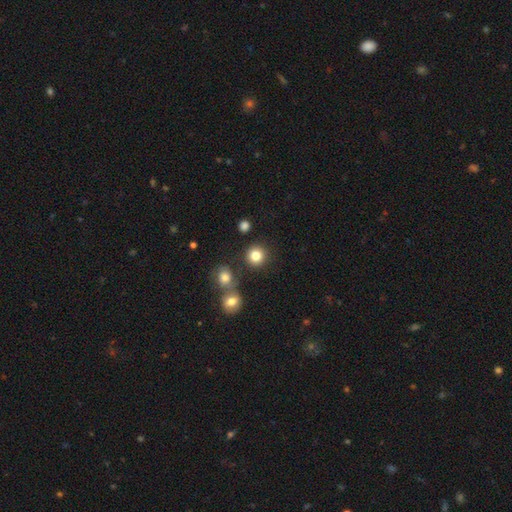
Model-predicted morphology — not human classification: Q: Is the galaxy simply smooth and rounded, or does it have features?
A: smooth — 83%.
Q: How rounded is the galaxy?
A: round — 92%.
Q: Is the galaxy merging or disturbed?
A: none — 84%.